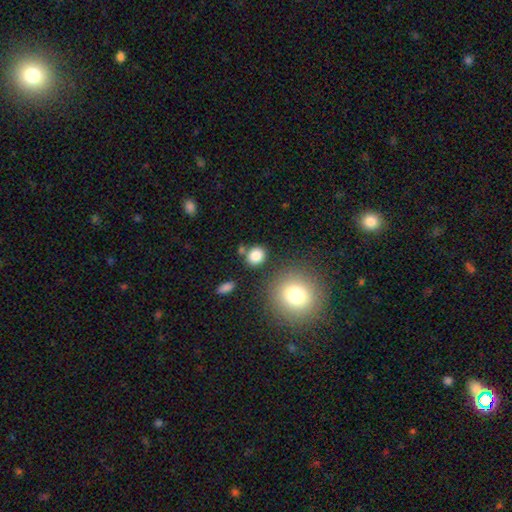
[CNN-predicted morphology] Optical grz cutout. It shows a smooth galaxy with no disk features (84%) that is round (74%). Merging: none (75%).